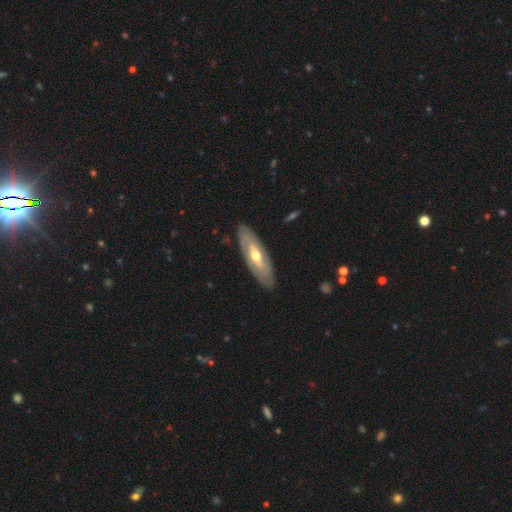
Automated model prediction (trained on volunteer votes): The model was most divided on "smooth or featured": featured or disk: 66%, smooth: 29%, star or artifact: 4%. More confident: merging — none (85%); edge-on disk — no (74%).